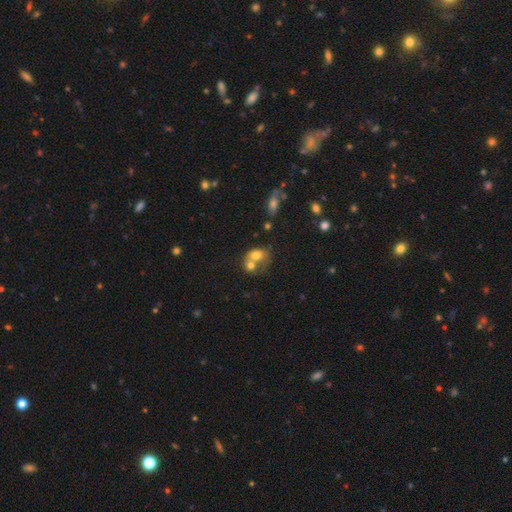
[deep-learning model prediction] This appears to be a smooth galaxy with no disk features (70%) that is round (50%). Merging: merger (65%).